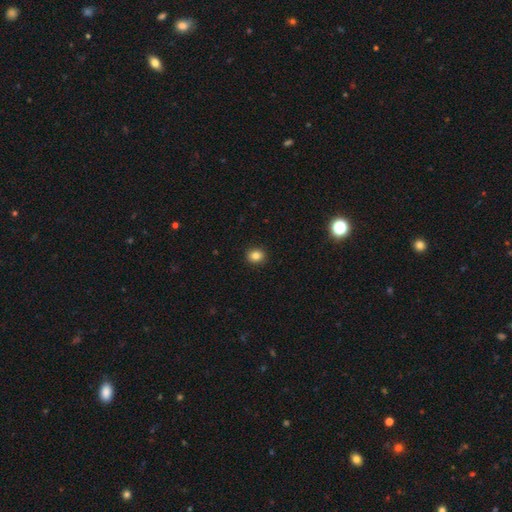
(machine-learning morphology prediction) Q: Smooth or featured?
A: smooth (84%); runner-up: star or artifact (11%)
Q: How rounded?
A: round (71%); runner-up: in between (28%)
Q: Merging?
A: none (92%); runner-up: minor disturbance (5%)